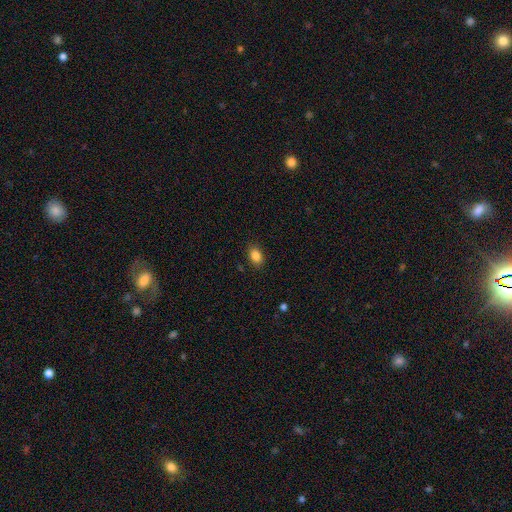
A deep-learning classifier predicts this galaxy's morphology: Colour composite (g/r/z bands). It shows a smooth galaxy with no disk features (85%) that is in between round and cigar-shaped (82%). Merging: none (86%).